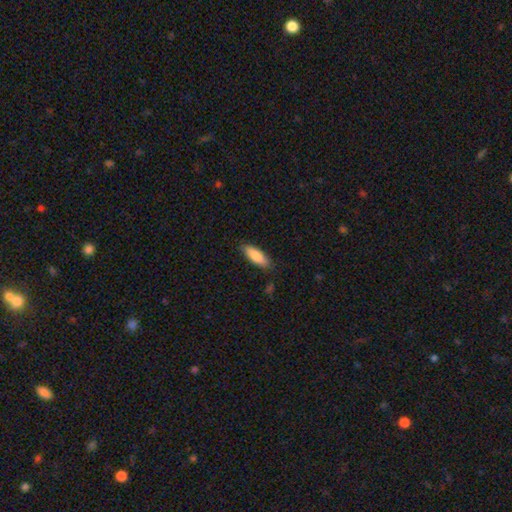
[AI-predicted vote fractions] smooth_or_featured: smooth (p=0.82) [alt: featured or disk p=0.12]
how_rounded: in between (p=0.58) [alt: cigar-shaped p=0.40]
merging: none (p=0.84) [alt: minor disturbance p=0.12]